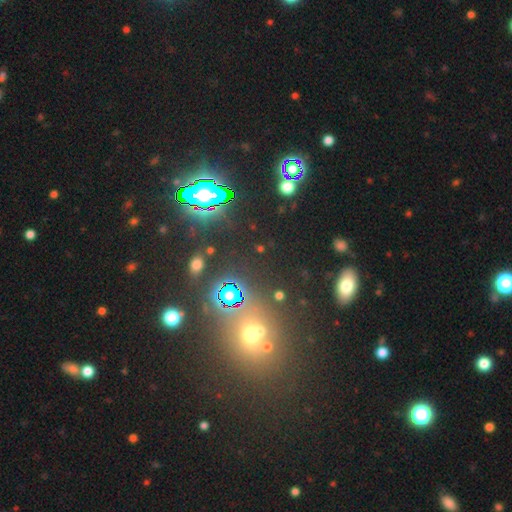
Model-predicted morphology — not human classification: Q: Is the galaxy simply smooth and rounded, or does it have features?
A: star or artifact — 59%.